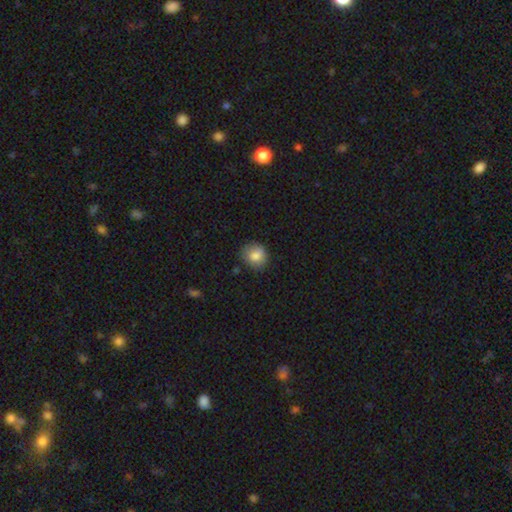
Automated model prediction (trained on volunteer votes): Q: Smooth or featured?
A: smooth (82%); runner-up: featured or disk (9%)
Q: How rounded?
A: round (79%); runner-up: in between (20%)
Q: Merging?
A: none (78%); runner-up: minor disturbance (17%)